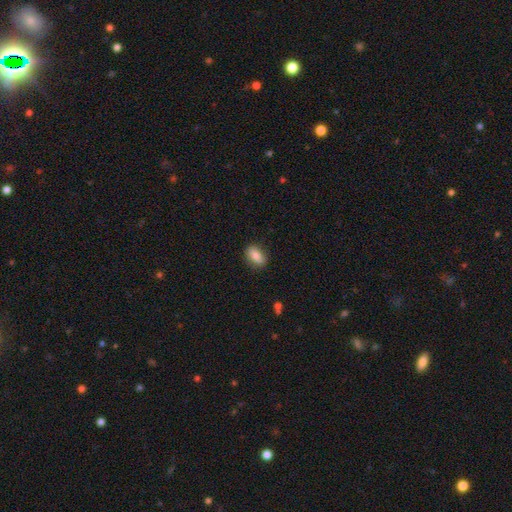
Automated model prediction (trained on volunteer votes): Smooth or featured?
  - smooth: 80% *
  - featured or disk: 12%
  - star or artifact: 8%
How rounded?
  - in between: 85% *
  - round: 9%
  - cigar-shaped: 6%
Merging?
  - none: 85% *
  - minor disturbance: 12%
  - major disturbance: 2%
  - merger: 1%